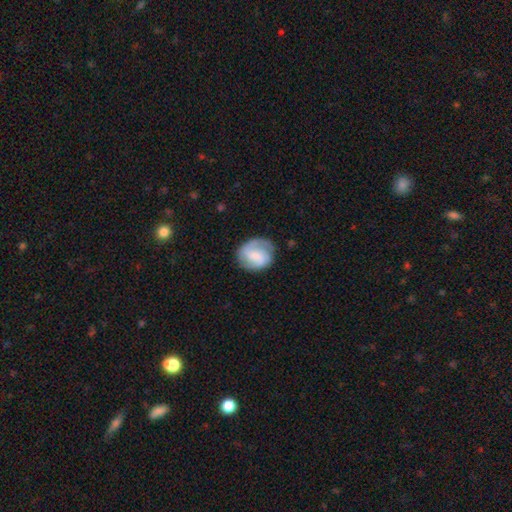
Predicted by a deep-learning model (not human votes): Smooth or featured?
  - featured or disk: 60% *
  - smooth: 34%
  - star or artifact: 6%
Edge-on disk?
  - no: 98% *
  - yes: 2%
Bar?
  - weak: 50% *
  - no: 32%
  - strong: 18%
Spiral arms?
  - yes: 89% *
  - no: 11%
Spiral winding?
  - medium: 45% *
  - tight: 32%
  - loose: 23%
Spiral arm count?
  - 2: 69% *
  - can't tell: 13%
  - 1: 7%
  - 3: 7%
  - 4: 2%
  - more than 4: 2%
Bulge size?
  - small: 49% *
  - moderate: 32%
  - none: 13%
  - large: 5%
  - dominant: 1%
Merging?
  - none: 73% *
  - minor disturbance: 18%
  - major disturbance: 7%
  - merger: 1%